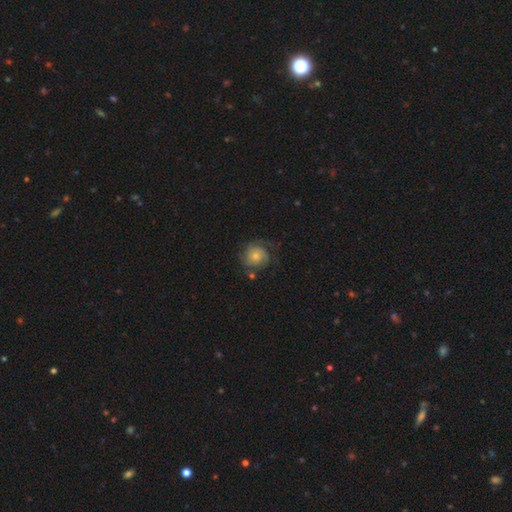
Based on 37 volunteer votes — Q: Smooth or featured?
A: smooth (49%); runner-up: featured or disk (46%)
Q: How rounded?
A: round (94%); runner-up: in between (6%)
Q: Merging?
A: none (46%); runner-up: major disturbance (23%)